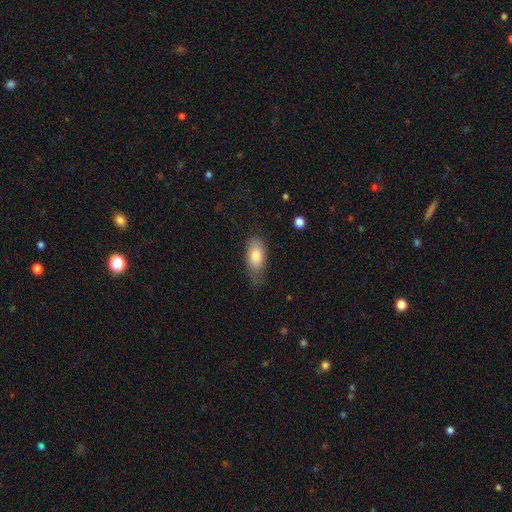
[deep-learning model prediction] smooth 80%, featured or disk 13%, star or artifact 7%. Down the decision tree: how rounded — in between (89%); merging — none (53%).